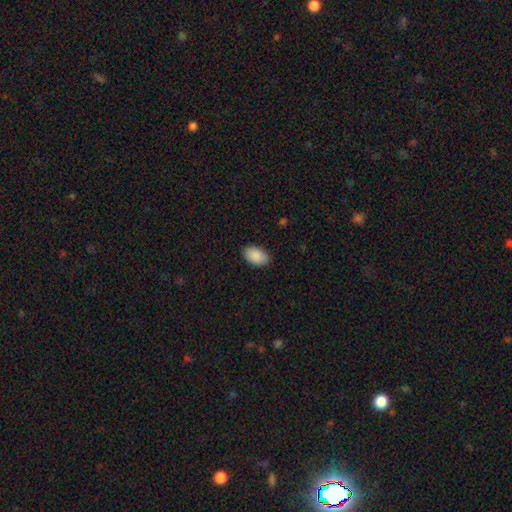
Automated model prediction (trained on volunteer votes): smooth_or_featured: smooth (p=0.90) [alt: star or artifact p=0.06]
how_rounded: in between (p=0.93) [alt: round p=0.06]
merging: none (p=0.88) [alt: minor disturbance p=0.09]